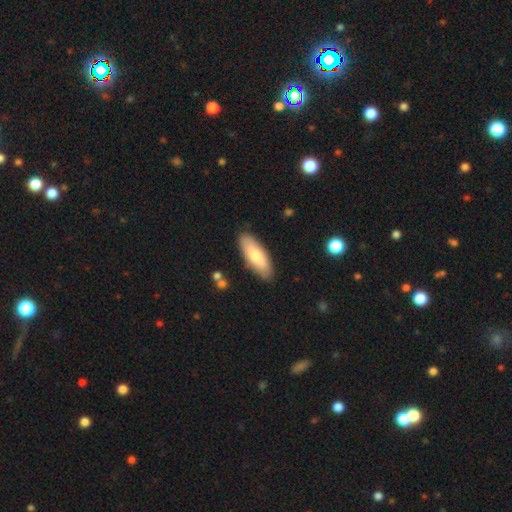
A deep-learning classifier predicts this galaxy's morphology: Smooth or featured: smooth — 73% (featured or disk — 22%)
How rounded: in between — 67% (cigar-shaped — 31%)
Merging: none — 85% (minor disturbance — 11%)